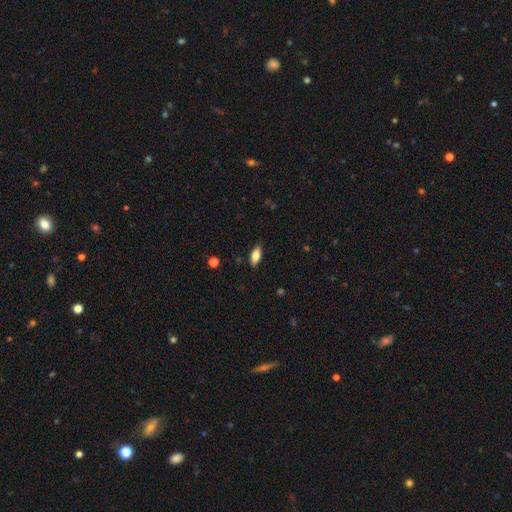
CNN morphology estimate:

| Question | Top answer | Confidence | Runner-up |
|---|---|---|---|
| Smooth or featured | smooth | 78% | featured or disk (15%) |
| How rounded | in between | 81% | cigar-shaped (16%) |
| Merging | none | 88% | minor disturbance (9%) |